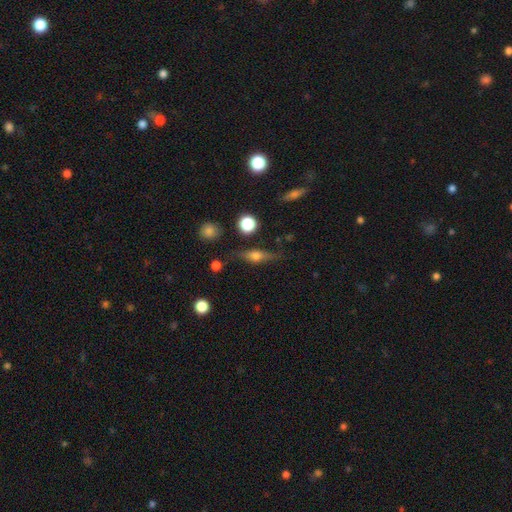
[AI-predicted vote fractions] Smooth or featured?
  - featured or disk: 51% *
  - smooth: 39%
  - star or artifact: 10%
Edge-on disk?
  - yes: 90% *
  - no: 10%
Merging?
  - none: 76% *
  - minor disturbance: 16%
  - major disturbance: 5%
  - merger: 3%